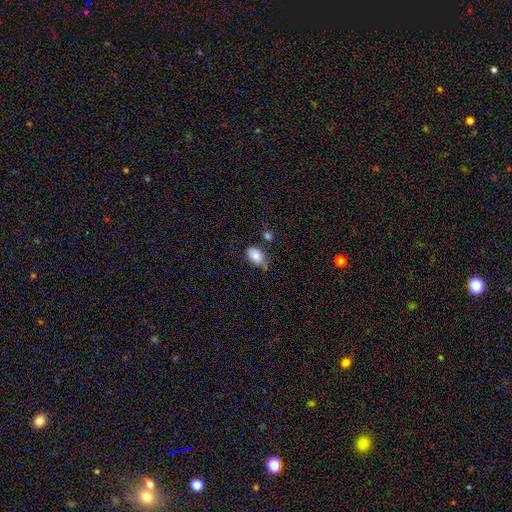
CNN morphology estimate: A smooth galaxy with no disk features (83%) that is in between round and cigar-shaped (88%). Merging: none (57%).